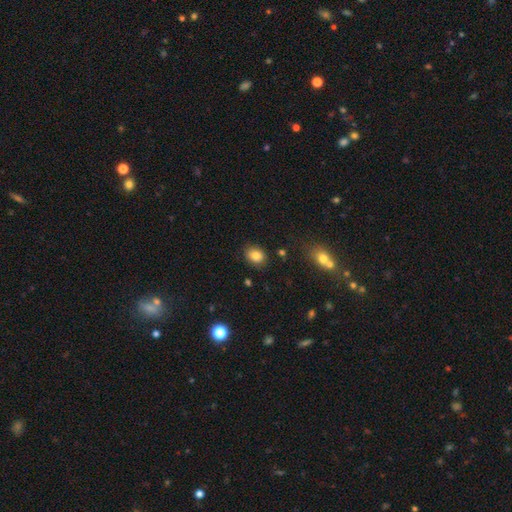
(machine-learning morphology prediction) Overall: smooth (83%). How rounded: in between (54%; round 45%). Merging: none (84%).